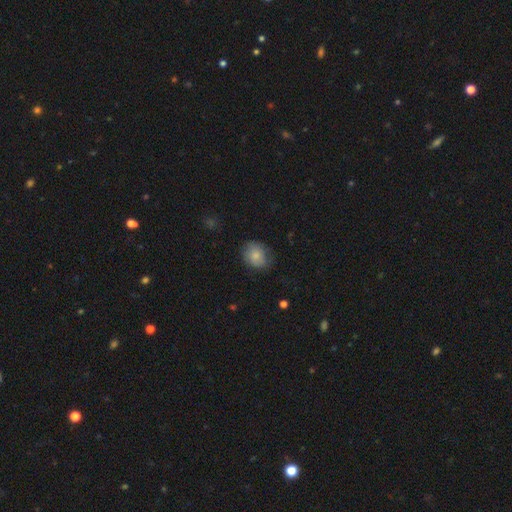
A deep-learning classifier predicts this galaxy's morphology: Smooth or featured? Predicted: smooth (p=0.79). How rounded? Predicted: round (p=0.54). Merging? Predicted: none (p=0.70).